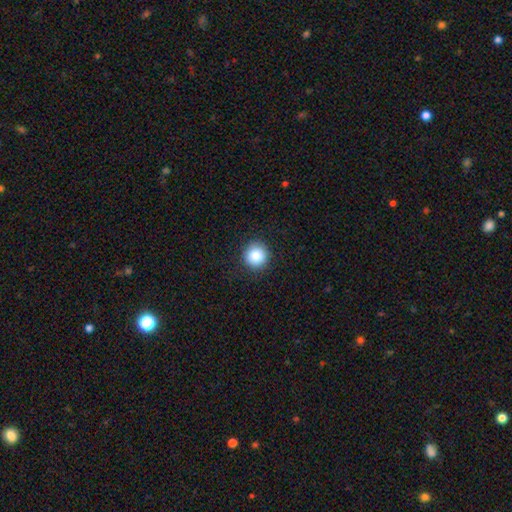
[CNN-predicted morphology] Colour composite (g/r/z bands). It shows a smooth galaxy with no disk features (87%) that is round (94%). Merging: none (90%).